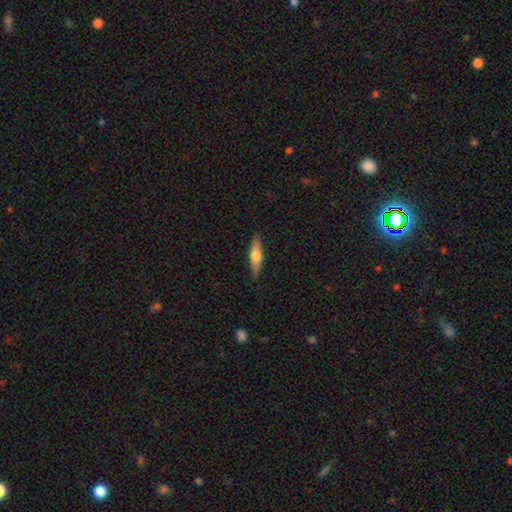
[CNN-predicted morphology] Overall: smooth (48%; featured or disk 46%). Merging: none (89%).